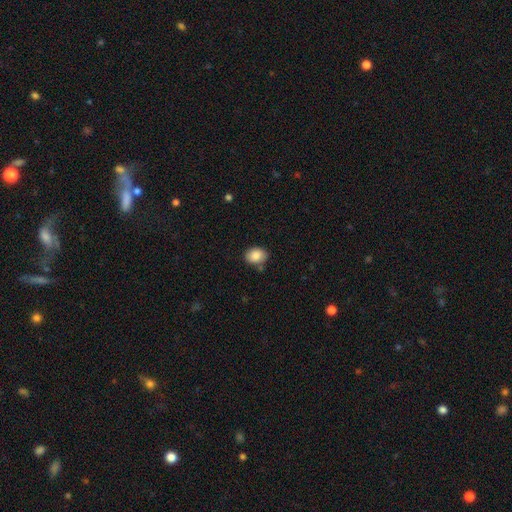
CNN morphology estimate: Smooth or featured?
  - smooth: 86% *
  - star or artifact: 8%
  - featured or disk: 6%
How rounded?
  - in between: 63% *
  - round: 36%
  - cigar-shaped: 1%
Merging?
  - none: 80% *
  - minor disturbance: 13%
  - merger: 5%
  - major disturbance: 3%